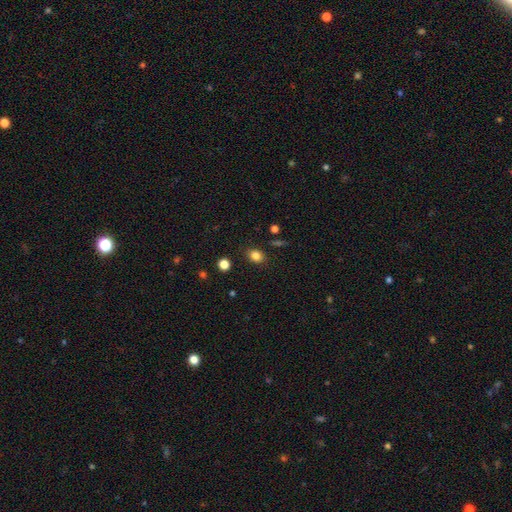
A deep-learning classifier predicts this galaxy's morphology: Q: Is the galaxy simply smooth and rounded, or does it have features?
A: smooth — 83%.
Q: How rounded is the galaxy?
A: round — 50%.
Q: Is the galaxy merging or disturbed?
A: none — 86%.